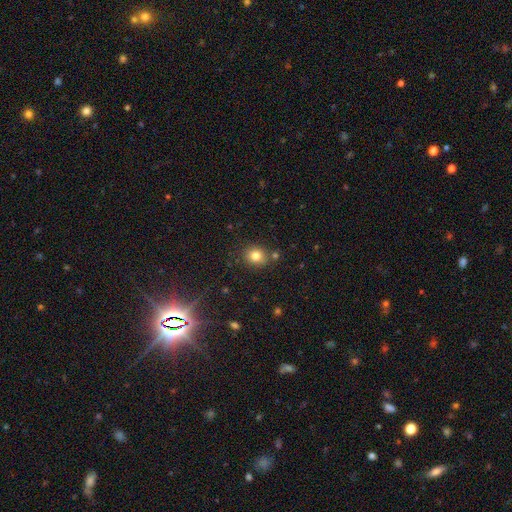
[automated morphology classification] This is likely a smooth galaxy (80%). How rounded: likely round (73%). Merging: likely none (78%).